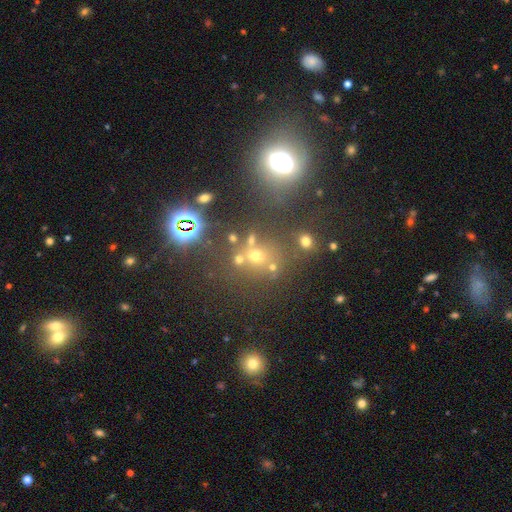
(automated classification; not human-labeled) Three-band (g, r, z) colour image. It shows a smooth galaxy with no disk features (46%). Merging: none (64%).